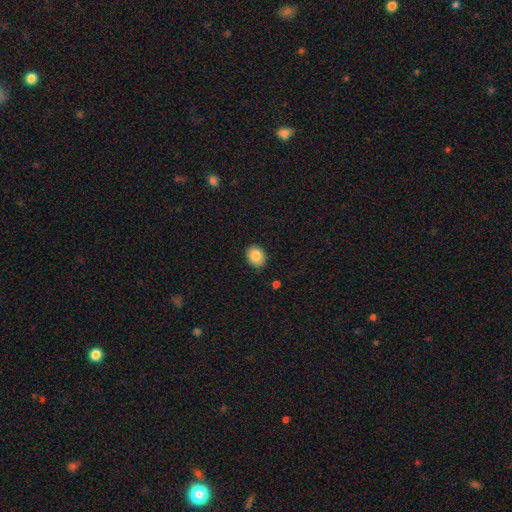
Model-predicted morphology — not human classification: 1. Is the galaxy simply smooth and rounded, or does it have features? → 85% smooth, 8% star or artifact, 6% featured or disk.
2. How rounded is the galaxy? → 53% round, 46% in between, 1% cigar-shaped.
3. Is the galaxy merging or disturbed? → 88% none, 9% minor disturbance, 2% major disturbance, 1% merger.